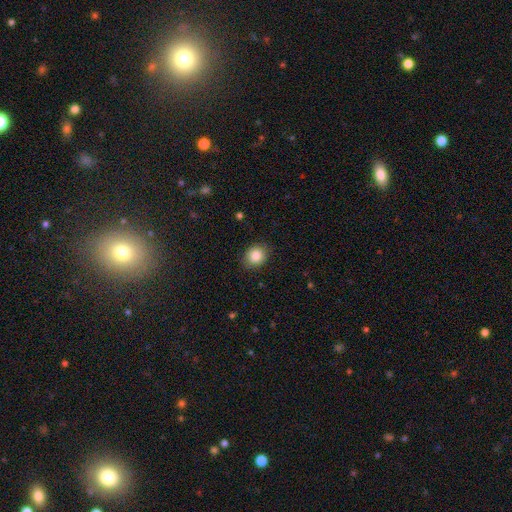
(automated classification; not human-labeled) Smooth or featured? Predicted: smooth (p=0.86). How rounded? Predicted: round (p=0.67). Merging? Predicted: none (p=0.86).